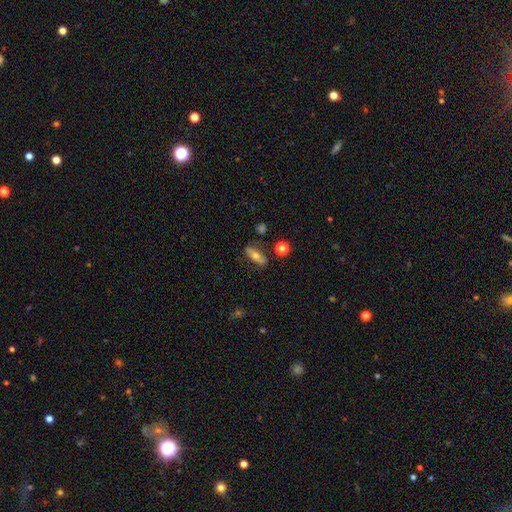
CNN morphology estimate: Q: Smooth or featured?
A: smooth (57%); runner-up: featured or disk (34%)
Q: How rounded?
A: in between (63%); runner-up: cigar-shaped (31%)
Q: Merging?
A: none (78%); runner-up: minor disturbance (14%)